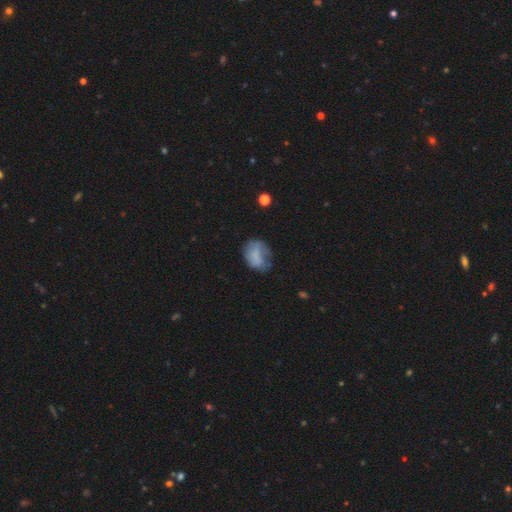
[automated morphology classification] Overall: smooth (64%; featured or disk 26%). How rounded: in between (65%; round 34%). Merging: none (41%; minor disturbance 33%).